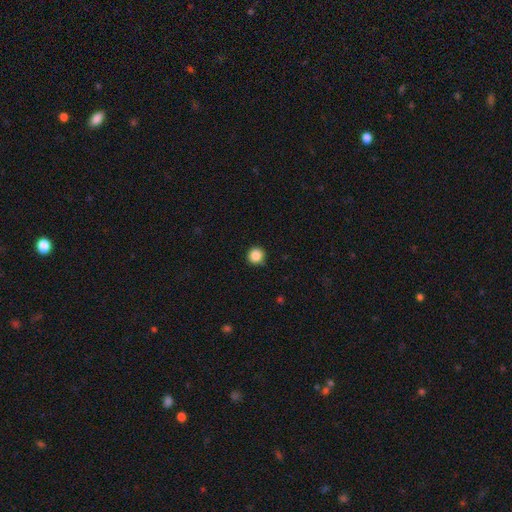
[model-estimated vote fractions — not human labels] The model was most divided on "smooth or featured": smooth: 87%, star or artifact: 10%, featured or disk: 3%. More confident: how rounded — round (95%); merging — none (90%).